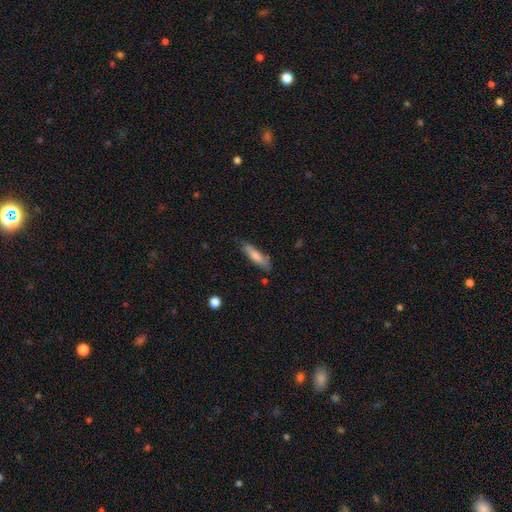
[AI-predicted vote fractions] Smooth or featured? Predicted: smooth (p=0.74). How rounded? Predicted: cigar-shaped (p=0.70). Merging? Predicted: none (p=0.75).